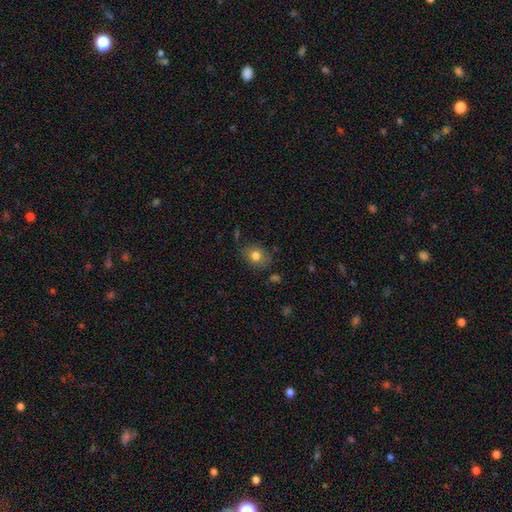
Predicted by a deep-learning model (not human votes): smooth-or-featured: smooth: 79% | featured or disk: 11% | star or artifact: 10%
  how-rounded: round: 56% | in between: 43% | cigar-shaped: 1%
  merging: none: 78% | minor disturbance: 16% | major disturbance: 4% | merger: 2%